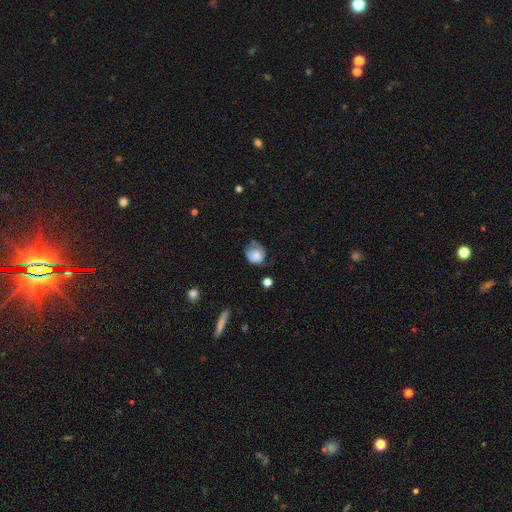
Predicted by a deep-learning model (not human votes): Morphology: type=smooth (62%); roundness=round (65%); merging=none (38%).